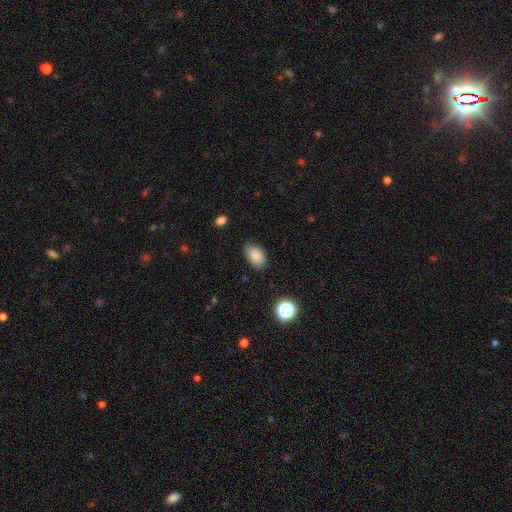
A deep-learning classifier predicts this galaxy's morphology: A smooth galaxy with no disk features (85%) that is in between round and cigar-shaped (87%).

Vote fractions:
- Smooth or featured? smooth: 85% / star or artifact: 9% / featured or disk: 6%
- How rounded? in between: 87% / round: 12% / cigar-shaped: 1%
- Merging? none: 72% / minor disturbance: 23% / major disturbance: 4% / merger: 2%